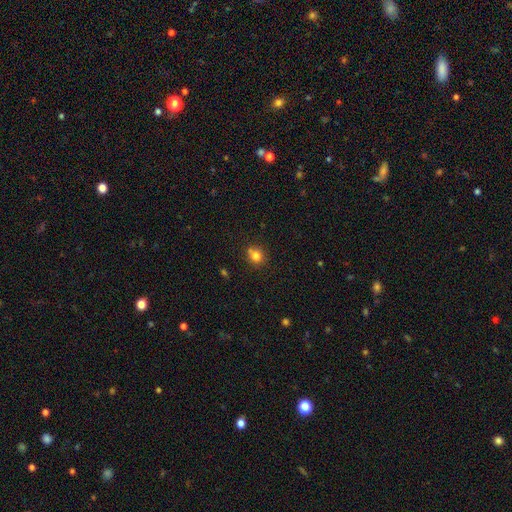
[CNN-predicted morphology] This appears to be a smooth galaxy with no disk features (79%) that is round (81%). Merging: none (66%).